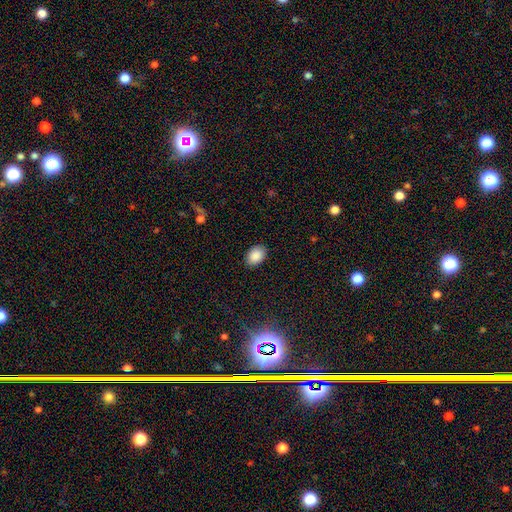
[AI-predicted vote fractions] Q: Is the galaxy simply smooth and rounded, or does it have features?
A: smooth — 89%.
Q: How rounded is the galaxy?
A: in between — 81%.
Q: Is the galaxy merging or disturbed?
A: none — 88%.